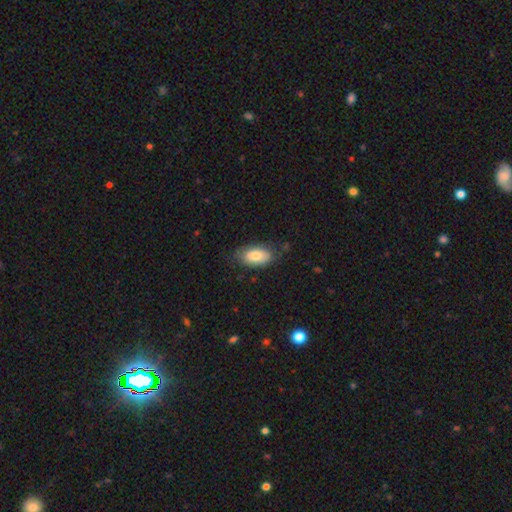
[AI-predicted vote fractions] Smooth or featured? smooth (76%)
How rounded? in between (93%)
Merging? none (67%)